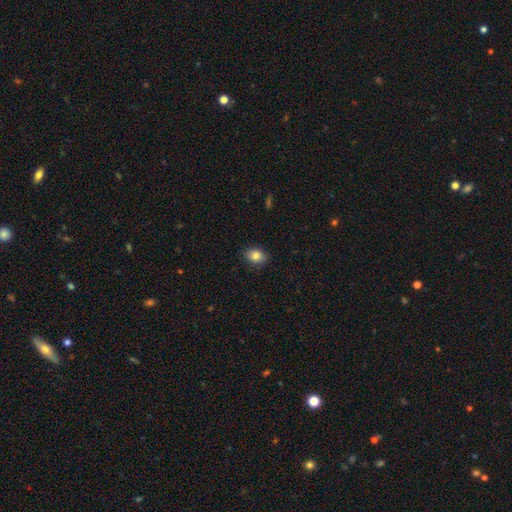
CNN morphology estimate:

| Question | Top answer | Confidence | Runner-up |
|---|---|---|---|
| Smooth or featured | smooth | 84% | star or artifact (9%) |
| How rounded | in between | 74% | round (25%) |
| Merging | none | 88% | minor disturbance (9%) |